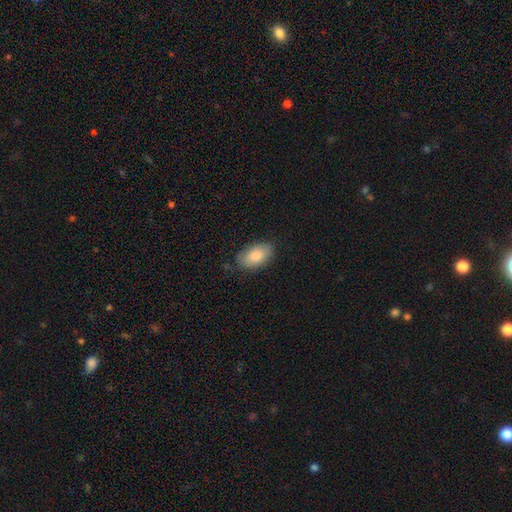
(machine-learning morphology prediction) smooth-or-featured: smooth: 83% | featured or disk: 10% | star or artifact: 6%
  how-rounded: in between: 93% | round: 5% | cigar-shaped: 2%
  merging: none: 77% | minor disturbance: 18% | major disturbance: 4% | merger: 1%